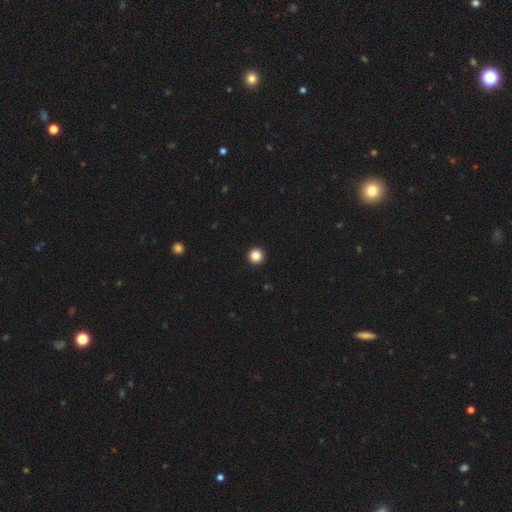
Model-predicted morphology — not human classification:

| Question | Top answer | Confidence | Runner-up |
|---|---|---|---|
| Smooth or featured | smooth | 86% | star or artifact (11%) |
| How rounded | round | 97% | in between (2%) |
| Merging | none | 94% | minor disturbance (3%) |